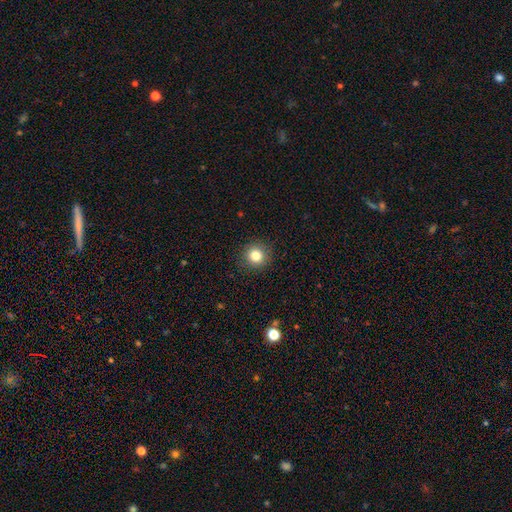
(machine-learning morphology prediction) smooth_or_featured: smooth (p=0.82) [alt: star or artifact p=0.12]
how_rounded: round (p=0.92) [alt: in between p=0.07]
merging: none (p=0.91) [alt: minor disturbance p=0.06]